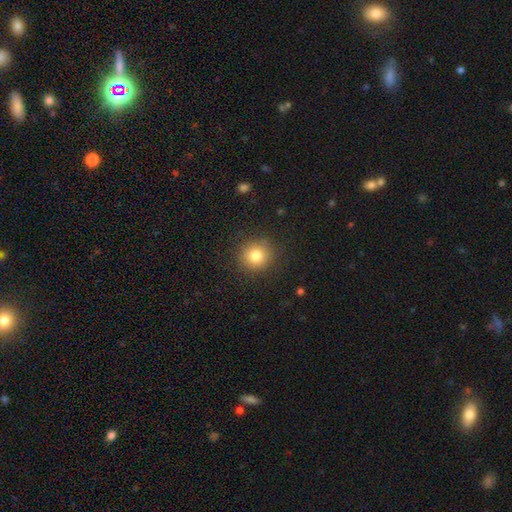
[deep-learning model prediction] smooth-or-featured: smooth: 81% | star or artifact: 12% | featured or disk: 7%
  how-rounded: round: 91% | in between: 8% | cigar-shaped: 1%
  merging: none: 88% | minor disturbance: 8% | major disturbance: 3% | merger: 1%